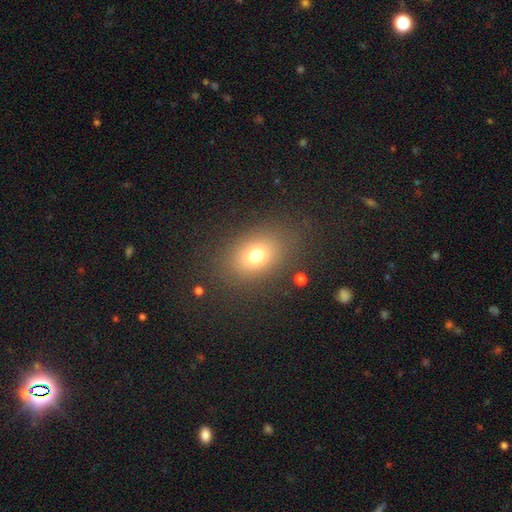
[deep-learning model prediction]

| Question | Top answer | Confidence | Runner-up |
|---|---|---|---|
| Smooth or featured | smooth | 73% | star or artifact (15%) |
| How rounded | in between | 63% | round (36%) |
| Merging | none | 81% | minor disturbance (10%) |